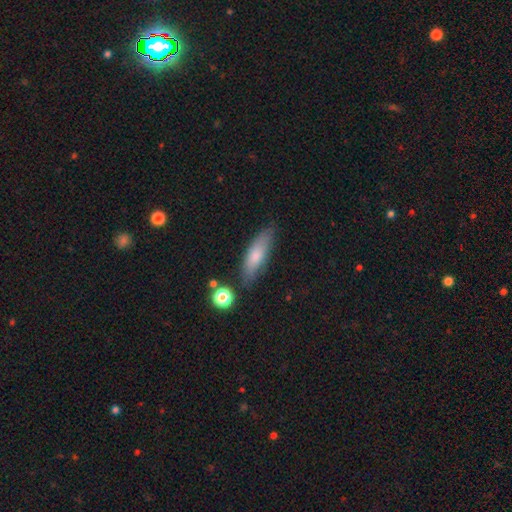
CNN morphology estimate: A smooth galaxy with no disk features (74%) that is cigar-shaped (52%).

Vote fractions:
- Smooth or featured? smooth: 74% / featured or disk: 19% / star or artifact: 7%
- How rounded? cigar-shaped: 52% / in between: 46% / round: 2%
- Merging? none: 75% / minor disturbance: 17% / major disturbance: 4% / merger: 4%